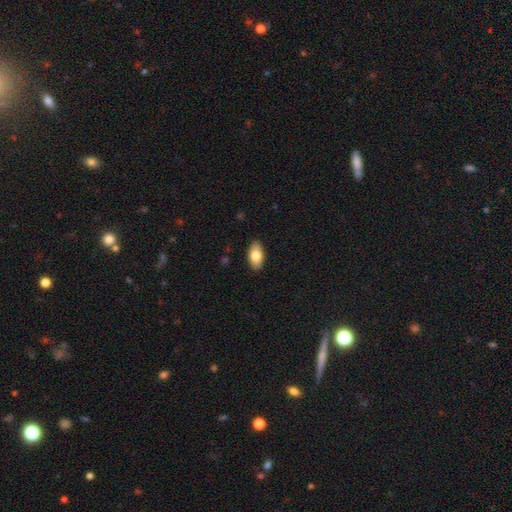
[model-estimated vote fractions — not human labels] Smooth or featured? Predicted: smooth (p=0.81). How rounded? Predicted: in between (p=0.93). Merging? Predicted: none (p=0.89).